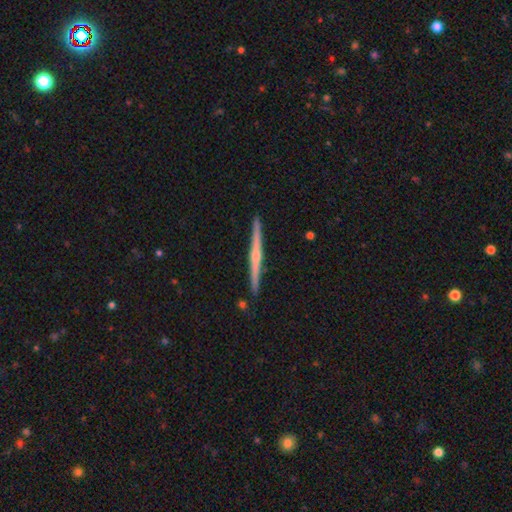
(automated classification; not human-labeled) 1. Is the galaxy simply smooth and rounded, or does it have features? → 77% featured or disk, 18% smooth, 5% star or artifact.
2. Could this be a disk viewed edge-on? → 98% yes, 2% no.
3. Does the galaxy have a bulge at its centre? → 79% rounded, 16% none, 5% boxy.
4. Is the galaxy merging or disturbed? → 92% none, 6% minor disturbance, 1% merger, 1% major disturbance.